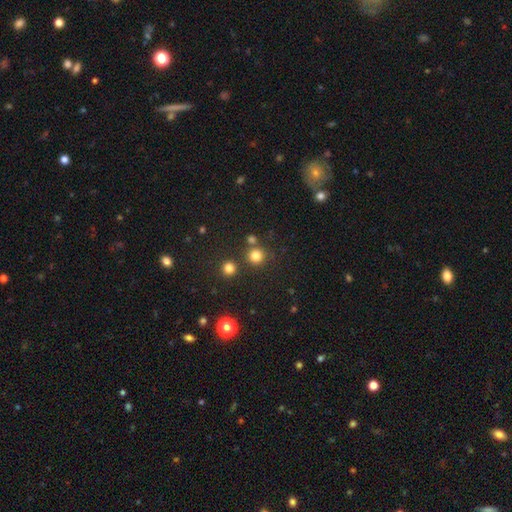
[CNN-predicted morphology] A smooth galaxy with no disk features (79%) that is round (93%).

Vote fractions:
- Smooth or featured? smooth: 79% / star or artifact: 16% / featured or disk: 5%
- How rounded? round: 93% / in between: 6% / cigar-shaped: 1%
- Merging? none: 78% / merger: 12% / minor disturbance: 7% / major disturbance: 3%